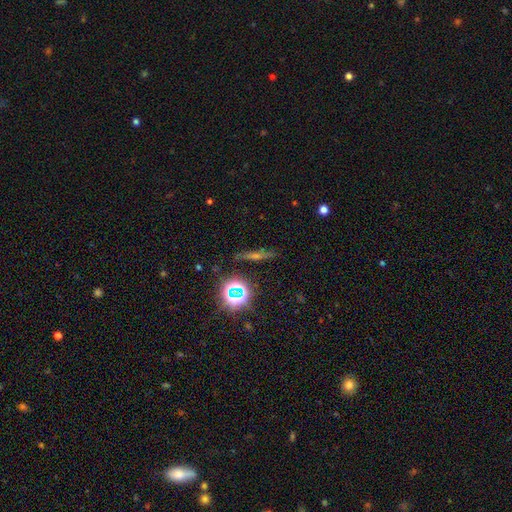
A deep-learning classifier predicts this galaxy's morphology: This appears to be a featured or disk galaxy (39%). Merging: none (86%).